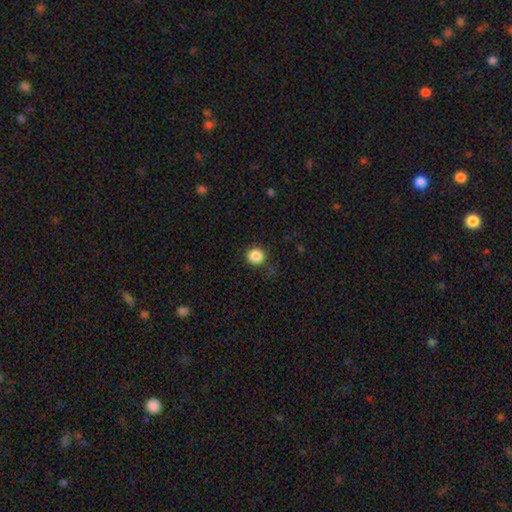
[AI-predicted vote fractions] Overall: smooth (86%). How rounded: round (90%). Merging: none (84%).